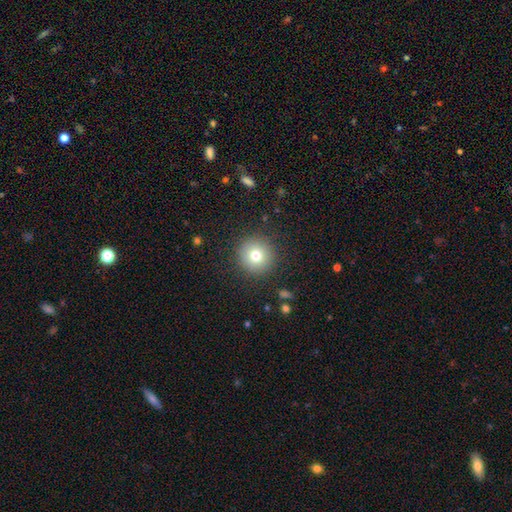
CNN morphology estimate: Smooth or featured: smooth — 77% (star or artifact — 12%)
How rounded: round — 95% (in between — 4%)
Merging: none — 90% (minor disturbance — 6%)